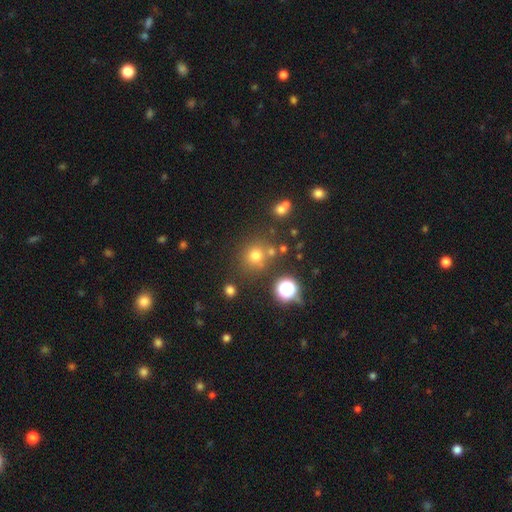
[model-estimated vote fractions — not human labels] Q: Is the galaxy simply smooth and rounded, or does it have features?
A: smooth — 70%.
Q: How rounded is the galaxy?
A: round — 88%.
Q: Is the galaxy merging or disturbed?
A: none — 73%.